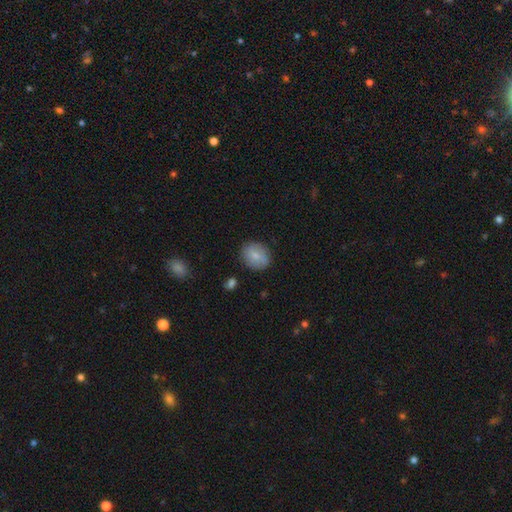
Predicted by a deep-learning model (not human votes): smooth 79%, featured or disk 14%, star or artifact 7%. Down the decision tree: how rounded — round (56%); merging — none (83%).